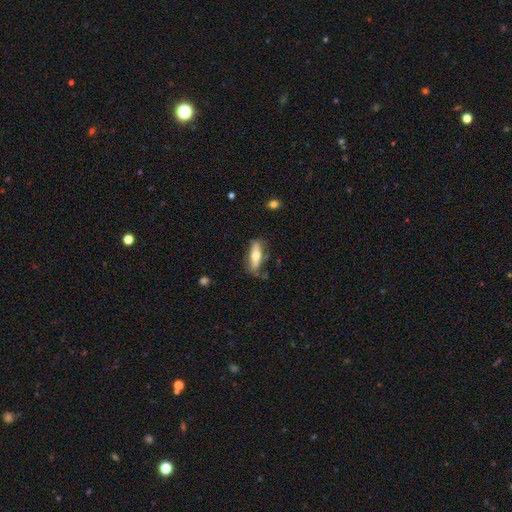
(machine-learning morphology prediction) smooth_or_featured: smooth (p=0.51) [alt: featured or disk p=0.43]
how_rounded: in between (p=0.49) [alt: cigar-shaped p=0.48]
merging: none (p=0.61) [alt: minor disturbance p=0.25]